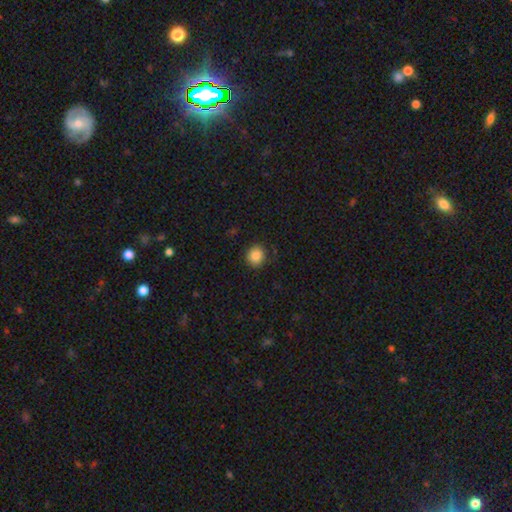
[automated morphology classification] smooth_or_featured: smooth (p=0.86) [alt: star or artifact p=0.10]
how_rounded: round (p=0.88) [alt: in between p=0.12]
merging: none (p=0.87) [alt: minor disturbance p=0.09]